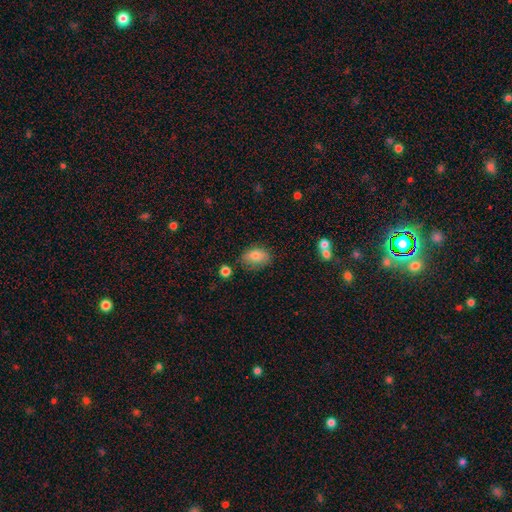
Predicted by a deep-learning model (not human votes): Smooth or featured? smooth (80%)
How rounded? in between (83%)
Merging? none (69%)